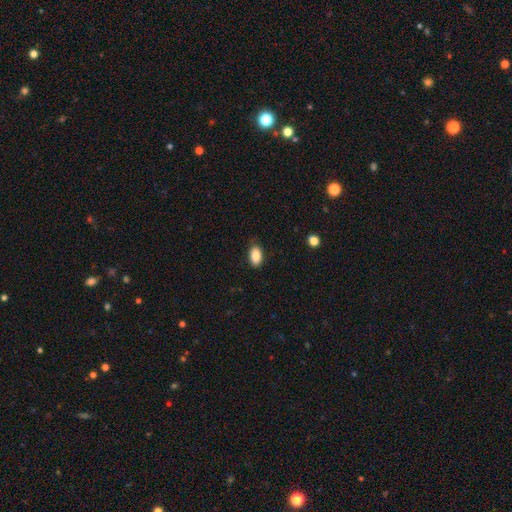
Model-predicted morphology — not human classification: smooth-or-featured: smooth: 88% | star or artifact: 8% | featured or disk: 4%
  how-rounded: in between: 91% | round: 7% | cigar-shaped: 2%
  merging: none: 80% | minor disturbance: 16% | major disturbance: 3% | merger: 1%